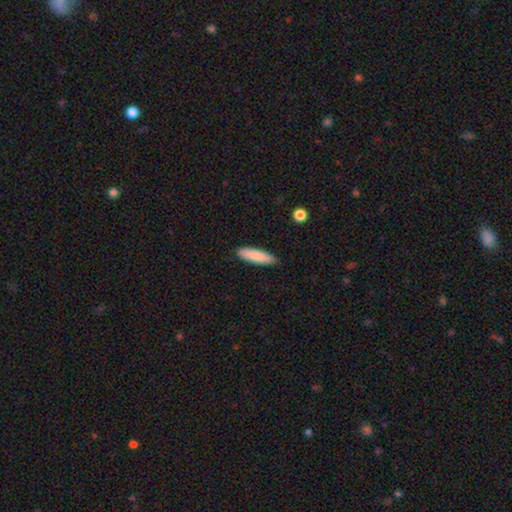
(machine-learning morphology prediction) smooth_or_featured: smooth (p=0.86) [alt: featured or disk p=0.08]
how_rounded: cigar-shaped (p=0.62) [alt: in between p=0.37]
merging: none (p=0.84) [alt: minor disturbance p=0.13]